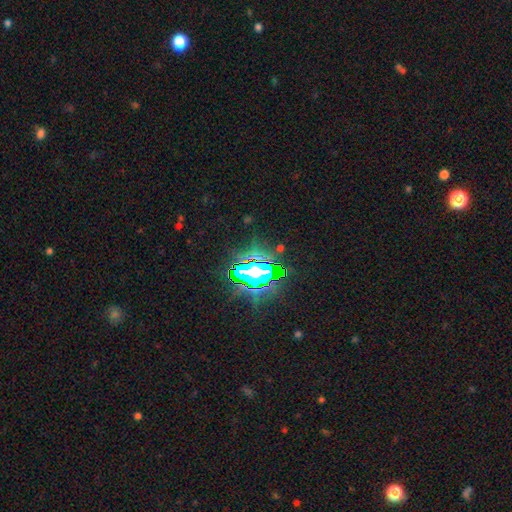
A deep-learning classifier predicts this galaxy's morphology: star or artifact 81%, smooth 11%, featured or disk 7%.